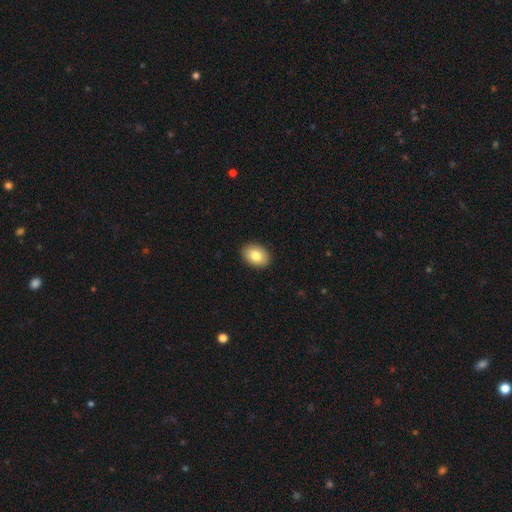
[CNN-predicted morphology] A smooth galaxy with no disk features (82%) that is in between round and cigar-shaped (78%).

Vote fractions:
- Smooth or featured? smooth: 82% / featured or disk: 10% / star or artifact: 7%
- How rounded? in between: 78% / round: 21% / cigar-shaped: 1%
- Merging? none: 91% / minor disturbance: 6% / major disturbance: 2% / merger: 1%